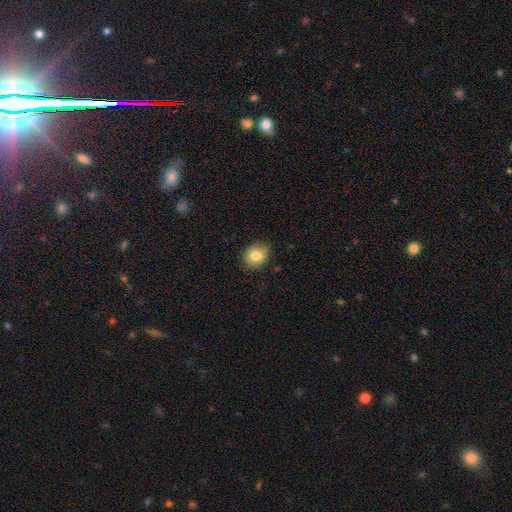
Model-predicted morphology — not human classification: This is clearly a smooth galaxy (83%). How rounded: possibly round (51%). Merging: clearly none (84%).